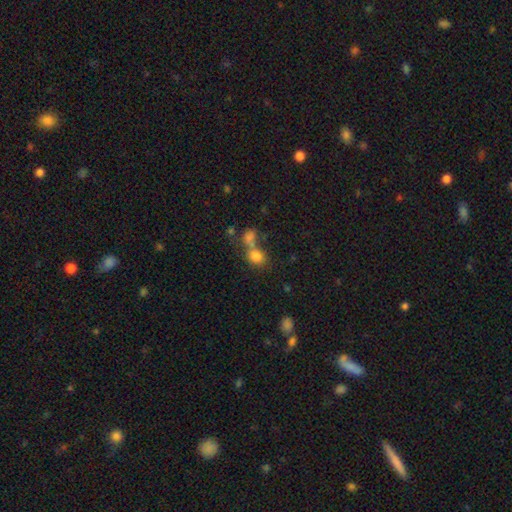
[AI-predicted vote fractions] This appears to be a smooth galaxy with no disk features (79%) that is round (50%). Merging: merger (52%).